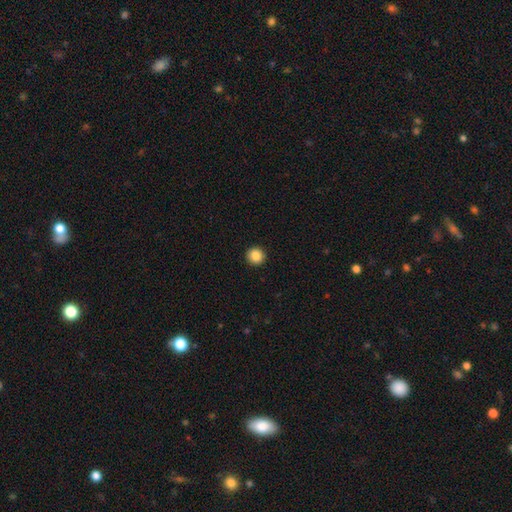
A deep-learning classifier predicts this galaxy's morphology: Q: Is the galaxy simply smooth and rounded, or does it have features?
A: smooth — 87%.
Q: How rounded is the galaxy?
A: round — 95%.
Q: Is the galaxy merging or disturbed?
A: none — 93%.